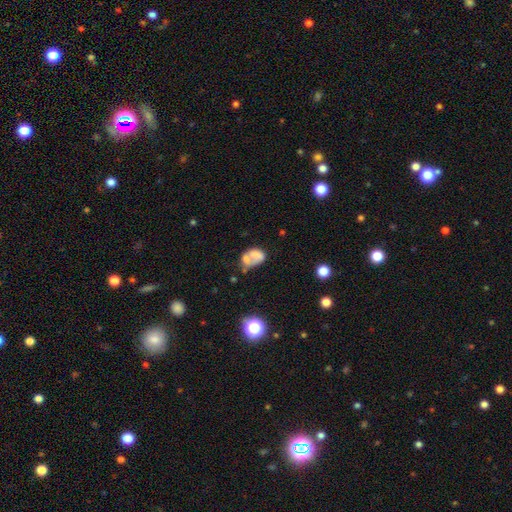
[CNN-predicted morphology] Overall: smooth (56%; featured or disk 32%). How rounded: in between (73%). Merging: merger (42%; none 23%).